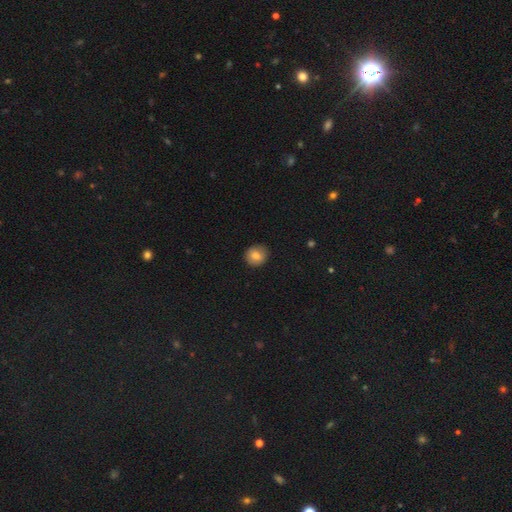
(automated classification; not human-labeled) This is likely a smooth galaxy (80%). How rounded: clearly round (85%). Merging: clearly none (88%).